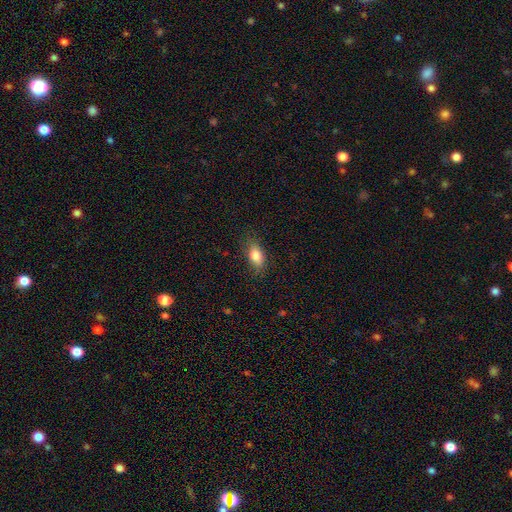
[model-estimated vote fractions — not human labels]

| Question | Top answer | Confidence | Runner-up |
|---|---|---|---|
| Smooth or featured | smooth | 81% | featured or disk (11%) |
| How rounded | in between | 82% | cigar-shaped (9%) |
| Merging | none | 80% | minor disturbance (15%) |